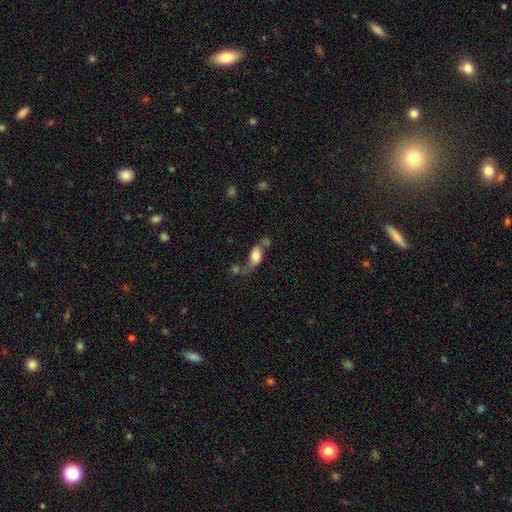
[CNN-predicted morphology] smooth 61%, featured or disk 29%, star or artifact 9%. Down the decision tree: how rounded — in between (78%); merging — merger (40%).